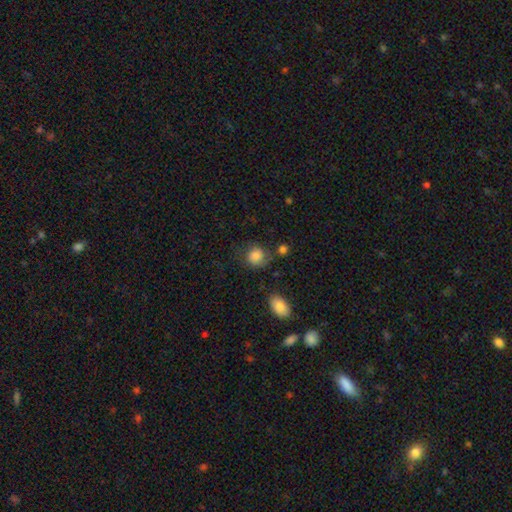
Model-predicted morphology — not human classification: A smooth galaxy with no disk features (78%) that is round (77%). Merging: none (58%).